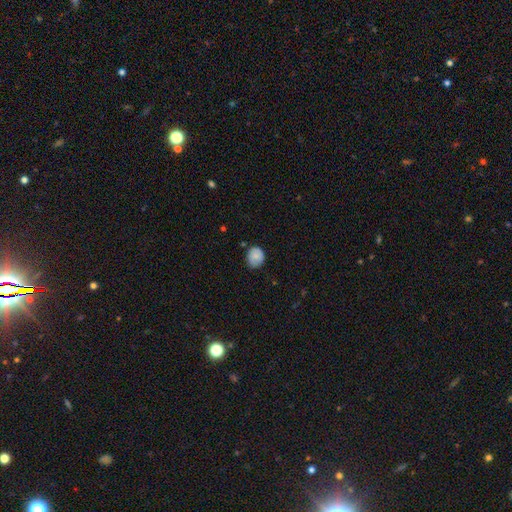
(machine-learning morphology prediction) Smooth or featured? smooth (82%)
How rounded? round (68%)
Merging? none (73%)